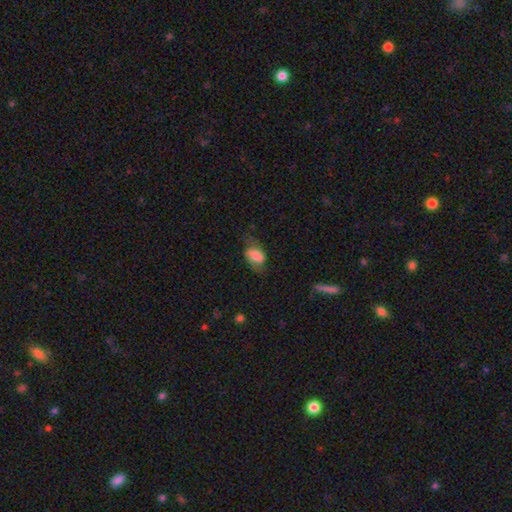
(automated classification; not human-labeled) Overall: smooth (59%; featured or disk 33%). How rounded: in between (87%). Merging: none (58%; minor disturbance 26%).